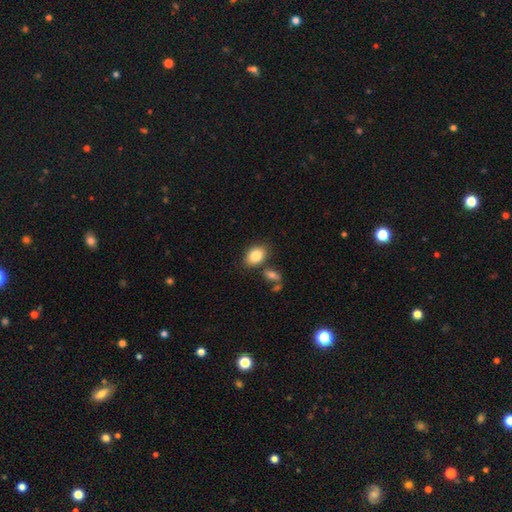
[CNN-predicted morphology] smooth 84%, featured or disk 8%, star or artifact 8%. Down the decision tree: how rounded — in between (77%); merging — none (75%).